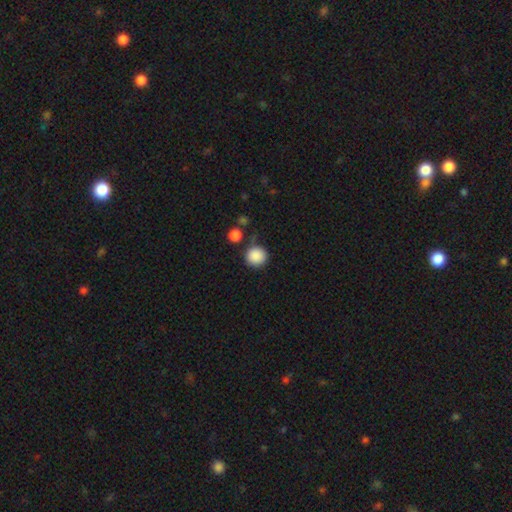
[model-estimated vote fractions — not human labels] Smooth or featured? Predicted: smooth (p=0.88). How rounded? Predicted: round (p=0.92). Merging? Predicted: none (p=0.76).